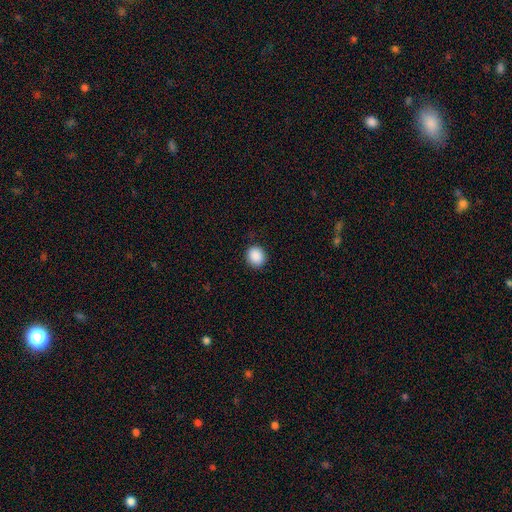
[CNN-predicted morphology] Smooth or featured? smooth (89%)
How rounded? round (77%)
Merging? none (88%)